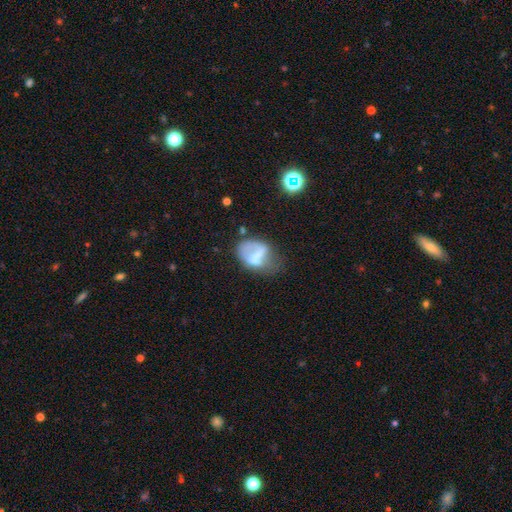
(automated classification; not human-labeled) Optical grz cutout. It shows a featured or disk galaxy (51%). Merging: none (32%).